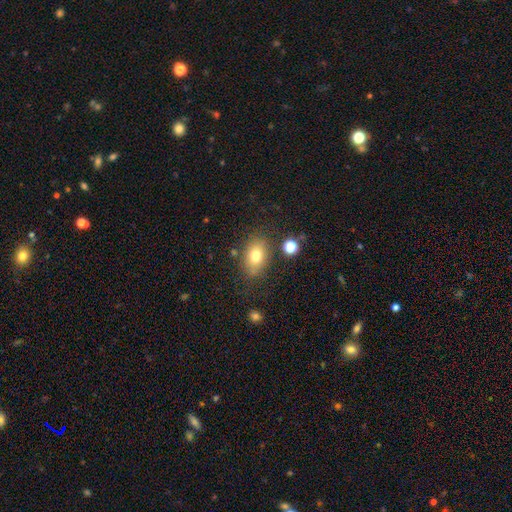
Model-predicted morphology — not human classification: Overall: smooth (76%). How rounded: in between (81%). Merging: none (77%).